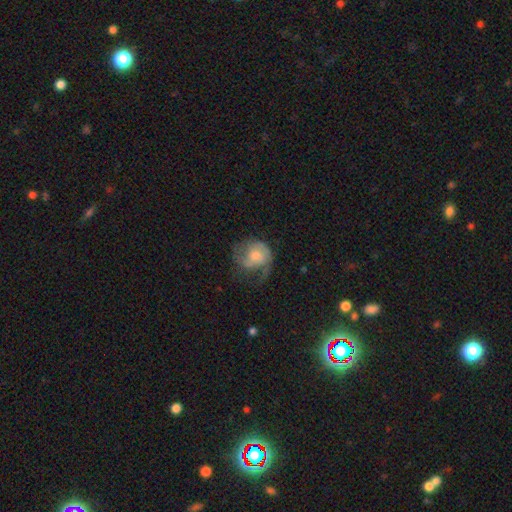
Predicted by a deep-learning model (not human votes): A featured or disk galaxy (64%) with no bar (69%), 2 (51%) medium (42%) spiral arms (85%) and a moderate central bulge (55%). Merging: none (45%).